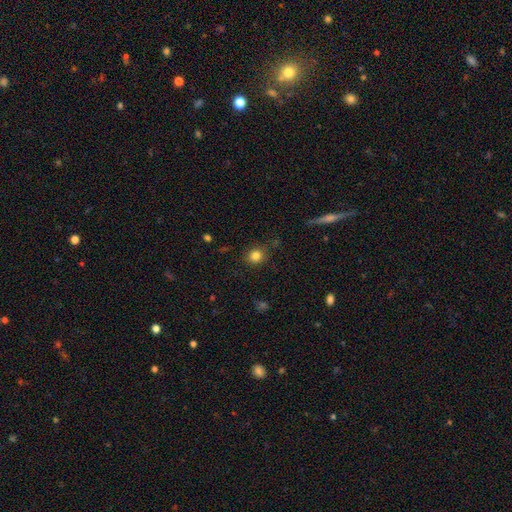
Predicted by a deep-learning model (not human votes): Smooth or featured: smooth — 82% (star or artifact — 12%)
How rounded: round — 83% (in between — 16%)
Merging: none — 83% (minor disturbance — 12%)